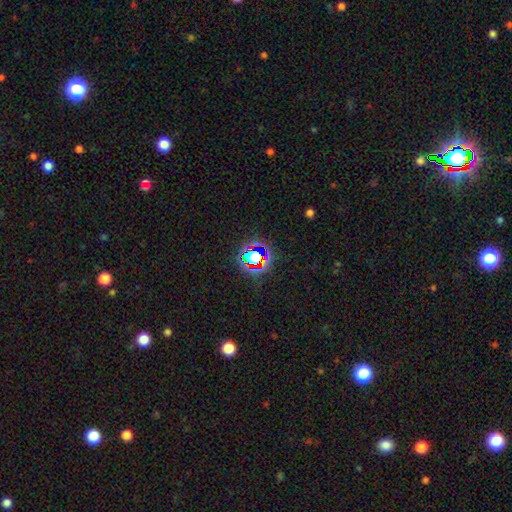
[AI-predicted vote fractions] A star or artifact, not a galaxy (64%).